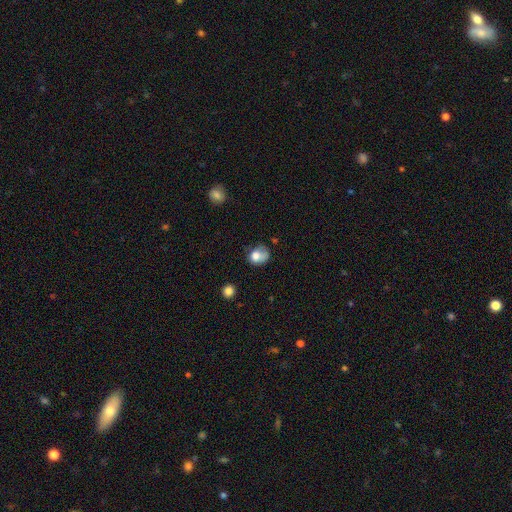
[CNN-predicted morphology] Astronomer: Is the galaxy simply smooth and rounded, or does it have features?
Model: smooth — 74%.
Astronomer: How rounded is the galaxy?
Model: round — 54% (runner-up: in between, 45%).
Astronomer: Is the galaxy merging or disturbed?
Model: none — 37% (runner-up: minor disturbance, 35%).